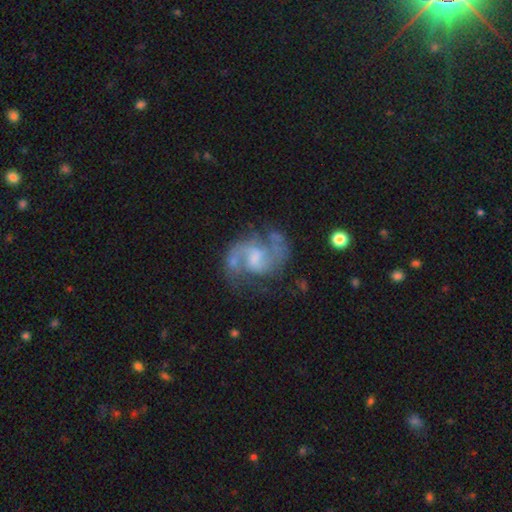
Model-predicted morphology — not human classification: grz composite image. It shows a featured or disk galaxy (86%) with a weak bar (51%), 2 (90%) medium (57%) spiral arms (96%) and a moderate central bulge (41%). Merging: none (72%).